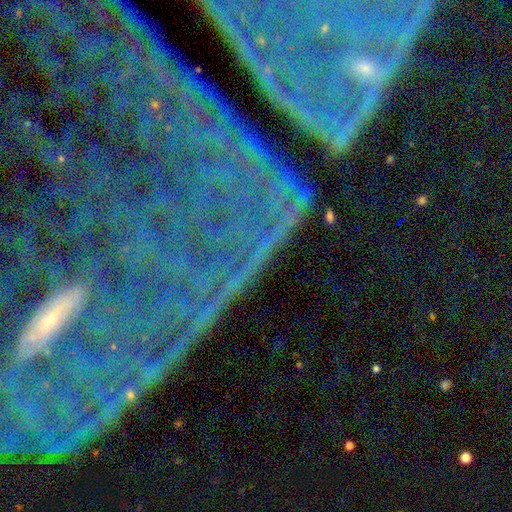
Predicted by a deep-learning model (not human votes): Overall: star or artifact (76%).